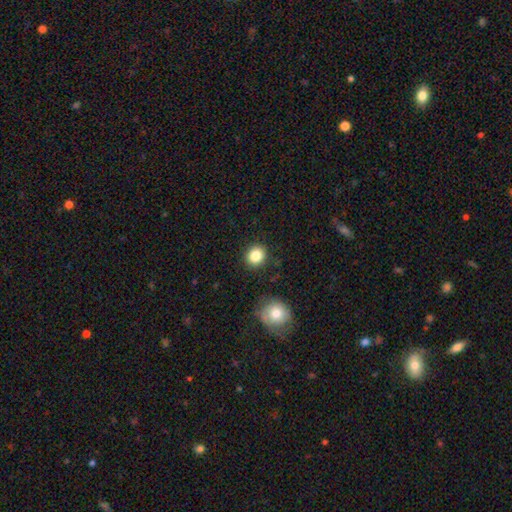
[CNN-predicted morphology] Smooth or featured?
  - smooth: 84% *
  - star or artifact: 10%
  - featured or disk: 6%
How rounded?
  - round: 83% *
  - in between: 16%
  - cigar-shaped: 1%
Merging?
  - none: 87% *
  - minor disturbance: 8%
  - major disturbance: 3%
  - merger: 2%